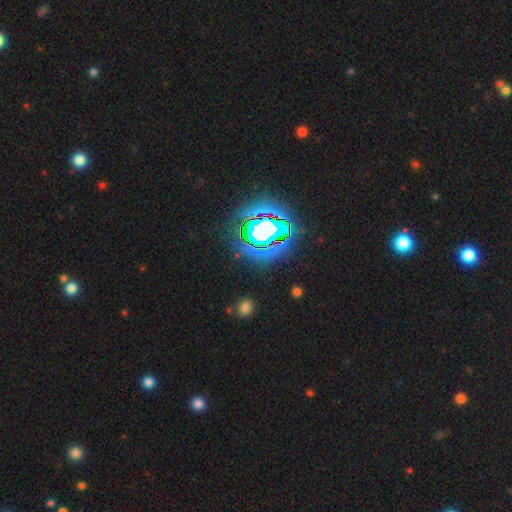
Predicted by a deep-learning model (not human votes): Smooth or featured?
  - star or artifact: 79% *
  - smooth: 12%
  - featured or disk: 9%